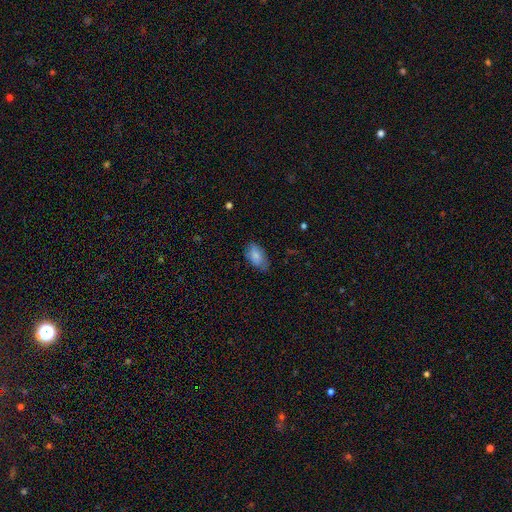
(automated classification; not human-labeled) A smooth galaxy with no disk features (82%) that is in between round and cigar-shaped (93%). Merging: none (69%).